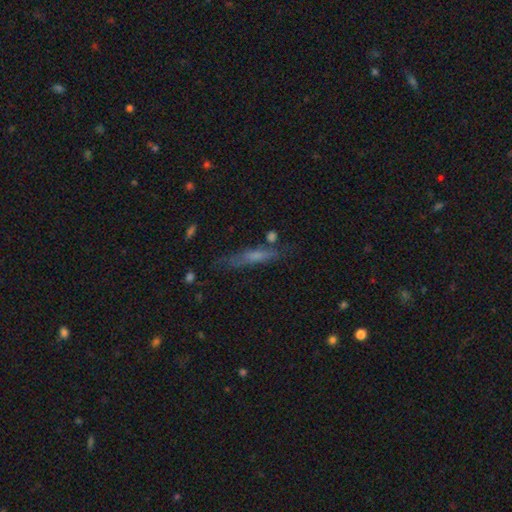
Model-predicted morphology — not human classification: type=smooth (49%); merging=none (68%).